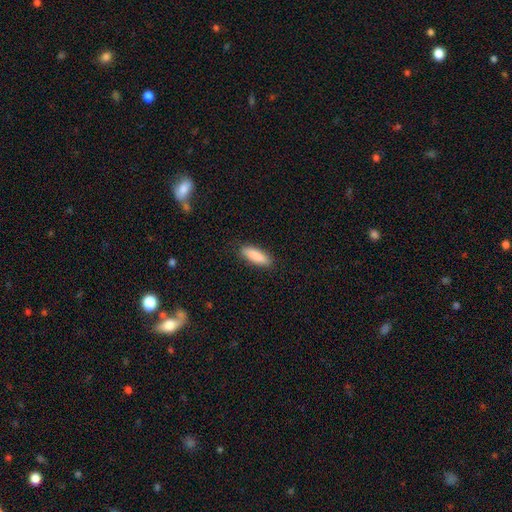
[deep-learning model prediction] Morphology: type=smooth (89%); roundness=in between (53%); merging=none (88%).